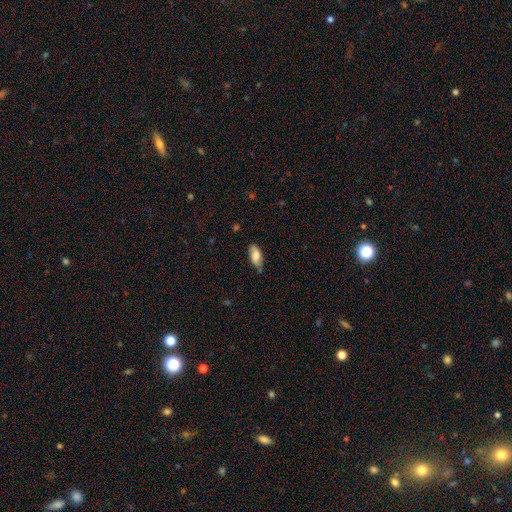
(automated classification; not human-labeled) A smooth galaxy with no disk features (70%) that is in between round and cigar-shaped (85%). Merging: none (73%).